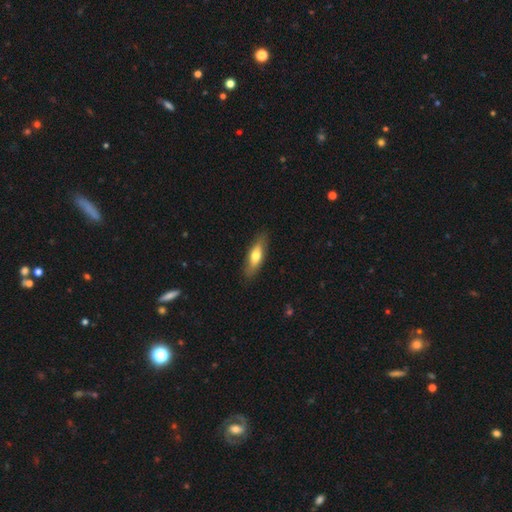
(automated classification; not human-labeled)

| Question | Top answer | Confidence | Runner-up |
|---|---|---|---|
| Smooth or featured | smooth | 62% | featured or disk (32%) |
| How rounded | in between | 55% | cigar-shaped (42%) |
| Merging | none | 85% | minor disturbance (12%) |